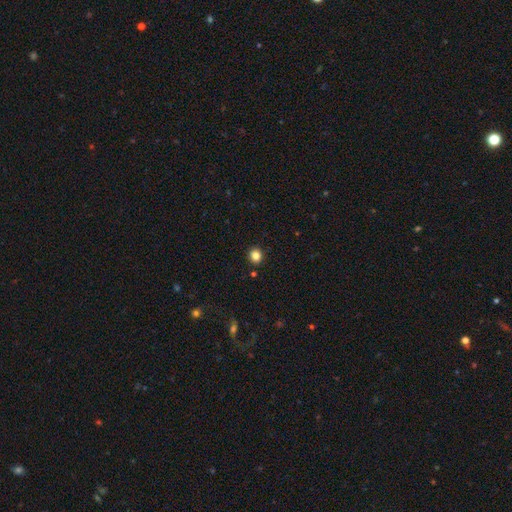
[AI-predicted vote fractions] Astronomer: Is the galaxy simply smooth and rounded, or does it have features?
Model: smooth — 84%.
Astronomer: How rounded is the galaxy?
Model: round — 88%.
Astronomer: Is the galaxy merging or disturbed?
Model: none — 91%.